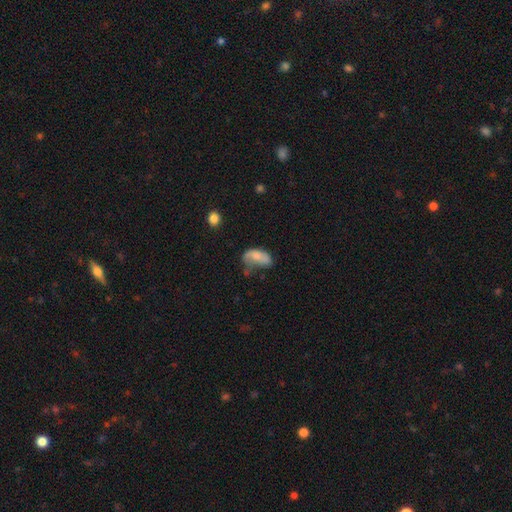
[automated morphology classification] Smooth or featured? smooth (42%)
Merging? none (37%)